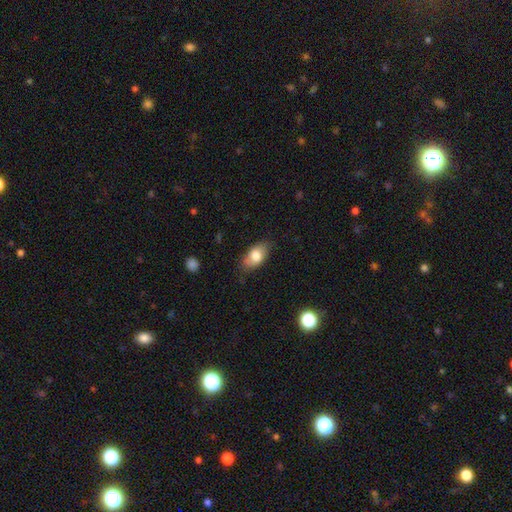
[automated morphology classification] A smooth galaxy with no disk features (78%) that is in between round and cigar-shaped (90%).

Vote fractions:
- Smooth or featured? smooth: 78% / featured or disk: 15% / star or artifact: 7%
- How rounded? in between: 90% / round: 6% / cigar-shaped: 4%
- Merging? none: 77% / minor disturbance: 18% / major disturbance: 4% / merger: 1%